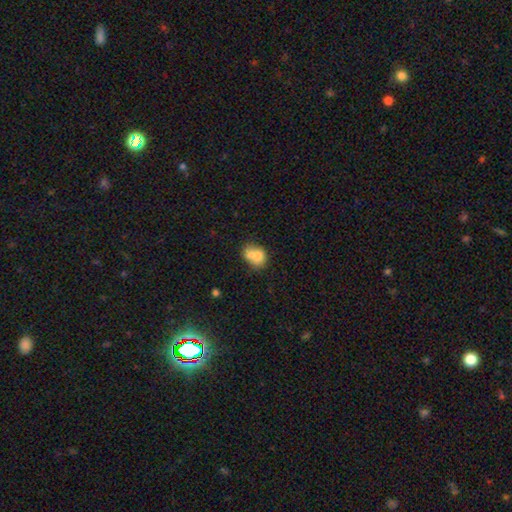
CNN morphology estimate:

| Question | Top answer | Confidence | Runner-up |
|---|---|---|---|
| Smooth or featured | smooth | 71% | featured or disk (20%) |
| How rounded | round | 52% | in between (47%) |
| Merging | merger | 59% | none (28%) |